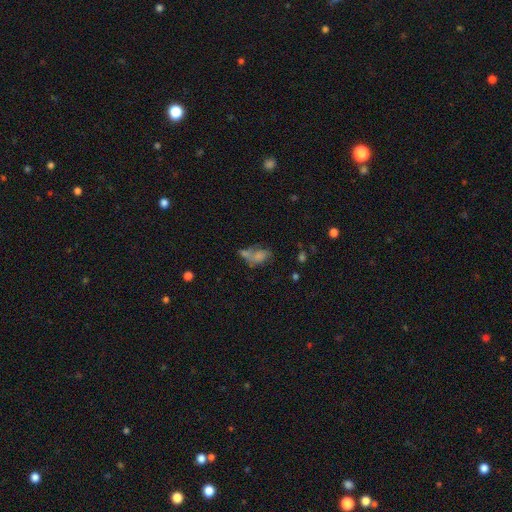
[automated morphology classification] type=smooth (58%); roundness=in between (81%); merging=merger (41%).